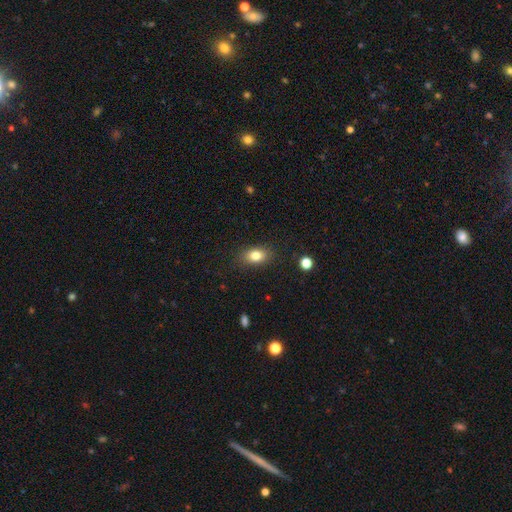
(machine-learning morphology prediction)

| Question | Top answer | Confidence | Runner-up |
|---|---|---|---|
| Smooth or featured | smooth | 82% | star or artifact (9%) |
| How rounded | in between | 81% | round (17%) |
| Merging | none | 86% | minor disturbance (10%) |